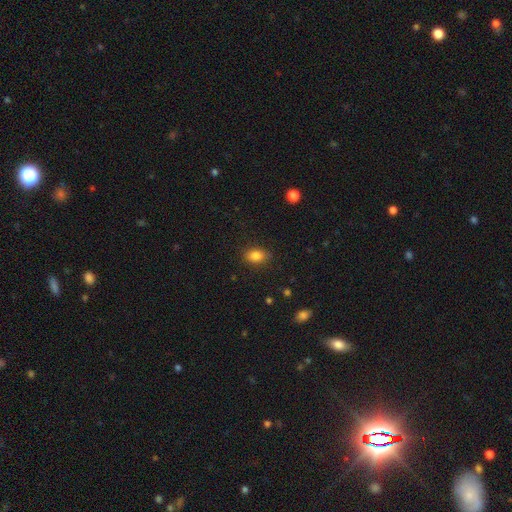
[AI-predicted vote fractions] This appears to be a smooth galaxy with no disk features (84%) that is in between round and cigar-shaped (79%). Merging: none (84%).